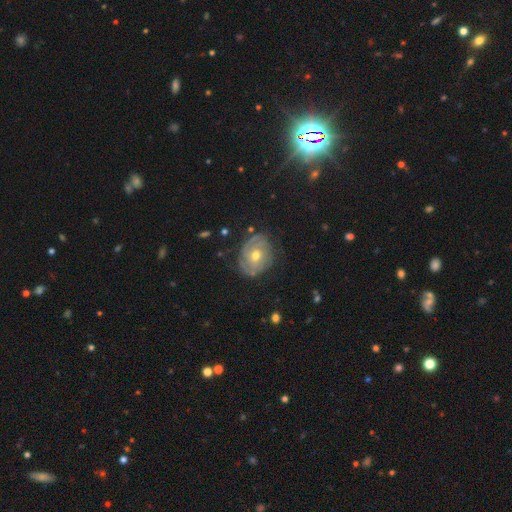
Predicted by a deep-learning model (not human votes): Smooth or featured: featured or disk — 72% (smooth — 19%)
Edge-on disk: no — 96% (yes — 4%)
Bar: no — 71% (weak — 24%)
Spiral arms: yes — 82% (no — 18%)
Spiral winding: tight — 67% (medium — 24%)
Spiral arm count: can't tell — 42% (2 — 27%)
Bulge size: moderate — 68% (small — 27%)
Merging: none — 72% (minor disturbance — 20%)